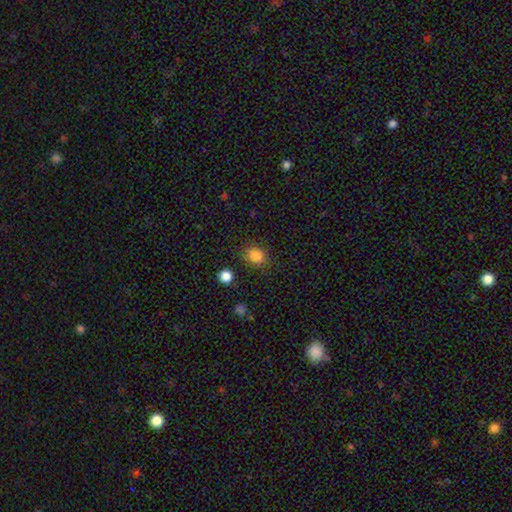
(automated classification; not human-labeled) Morphology: type=smooth (85%); roundness=round (62%); merging=none (83%).